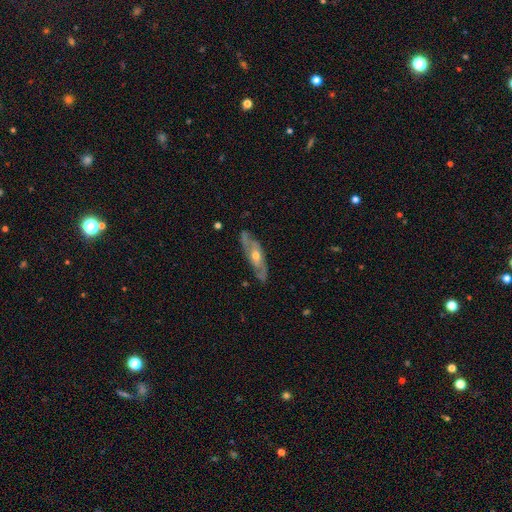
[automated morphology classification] smooth-or-featured: featured or disk: 73% | smooth: 22% | star or artifact: 6%
  disk-edge-on: no: 64% | yes: 36%
  merging: none: 79% | minor disturbance: 16% | major disturbance: 4% | merger: 1%